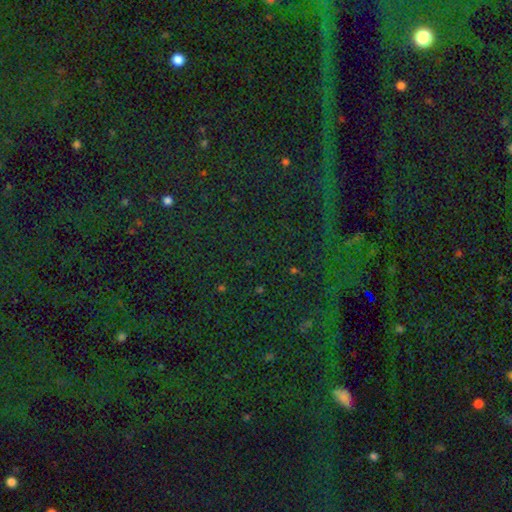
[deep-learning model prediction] The model was most divided on "smooth or featured": star or artifact: 82%, smooth: 10%, featured or disk: 8%.